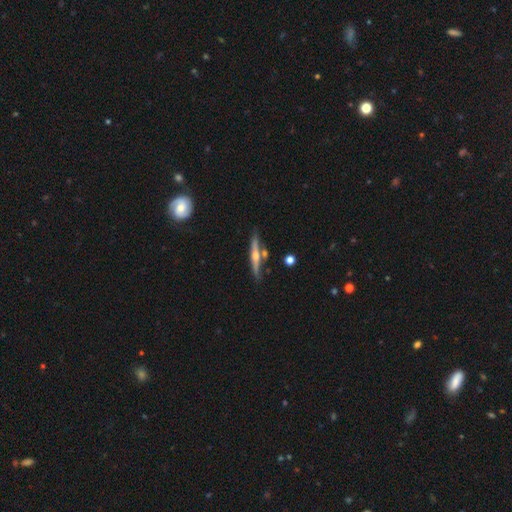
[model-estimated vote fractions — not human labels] This appears to be a featured or disk galaxy (68%) viewed edge-on (96%) with a rounded central bulge (87%). Merging: none (75%).